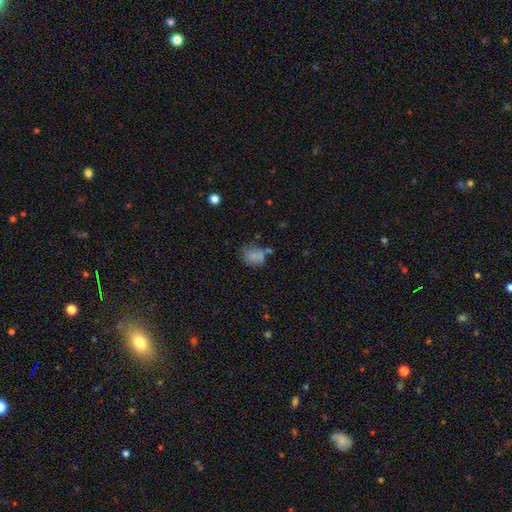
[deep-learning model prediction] Smooth or featured: smooth — 76% (featured or disk — 12%)
How rounded: in between — 55% (round — 44%)
Merging: none — 47% (minor disturbance — 25%)